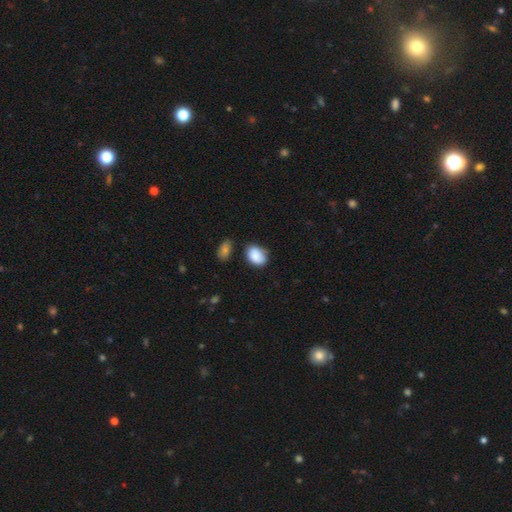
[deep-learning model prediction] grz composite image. It shows a smooth galaxy with no disk features (87%) that is in between round and cigar-shaped (83%). Merging: none (62%).